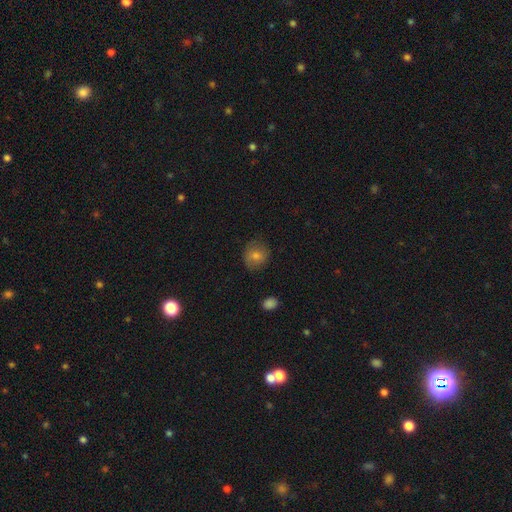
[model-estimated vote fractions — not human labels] smooth_or_featured: smooth (p=0.68) [alt: featured or disk p=0.21]
how_rounded: round (p=0.77) [alt: in between p=0.22]
merging: none (p=0.80) [alt: minor disturbance p=0.15]